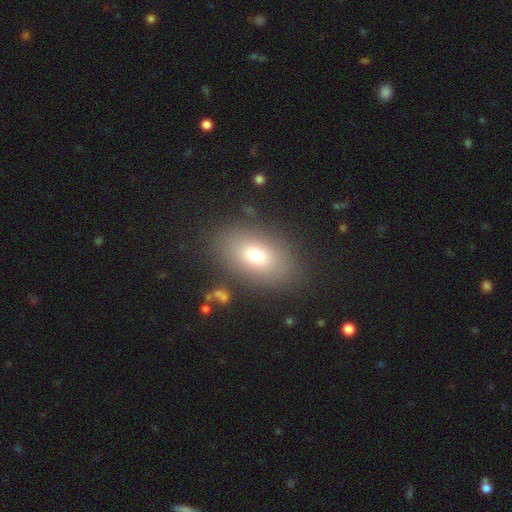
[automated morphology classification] Smooth or featured: smooth — 72% (featured or disk — 16%)
How rounded: in between — 86% (round — 11%)
Merging: none — 84% (minor disturbance — 9%)